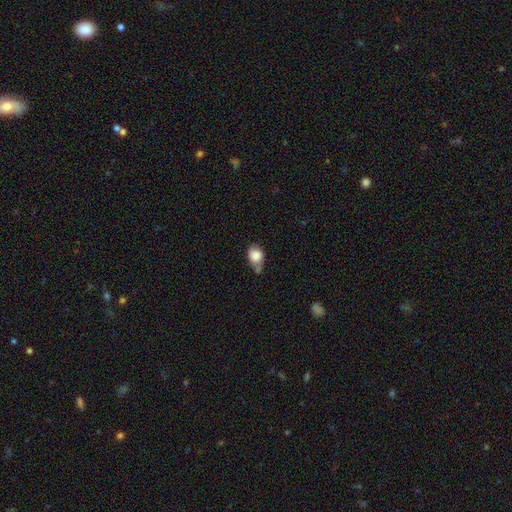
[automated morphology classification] smooth-or-featured: smooth: 82% | featured or disk: 9% | star or artifact: 8%
  how-rounded: in between: 66% | round: 33% | cigar-shaped: 2%
  merging: none: 38% | minor disturbance: 36% | merger: 16% | major disturbance: 10%